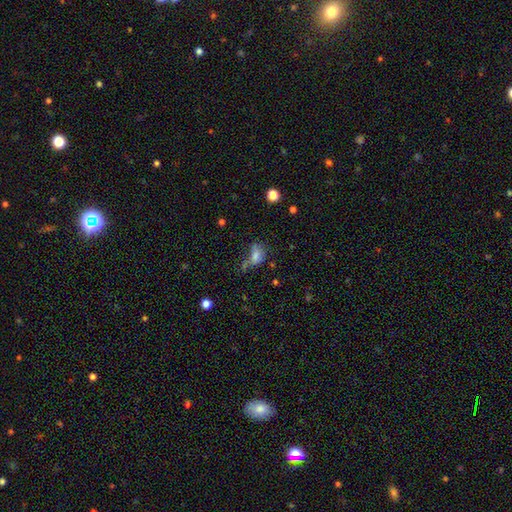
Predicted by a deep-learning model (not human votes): A smooth galaxy with no disk features (64%) that is in between round and cigar-shaped (78%). Merging: none (34%).